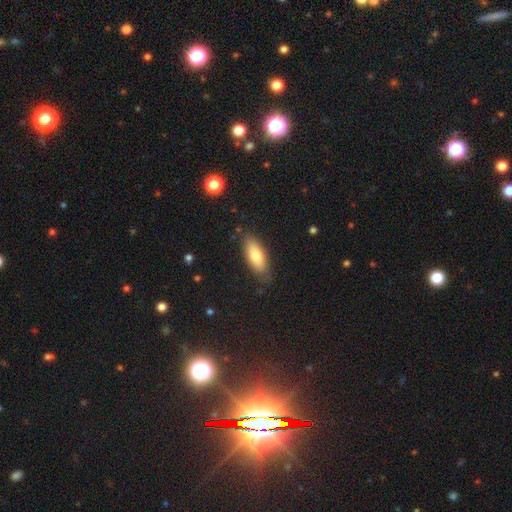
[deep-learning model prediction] The model was most divided on "how rounded": in between: 75%, cigar-shaped: 23%, round: 2%. More confident: merging — none (81%); smooth or featured — smooth (75%).